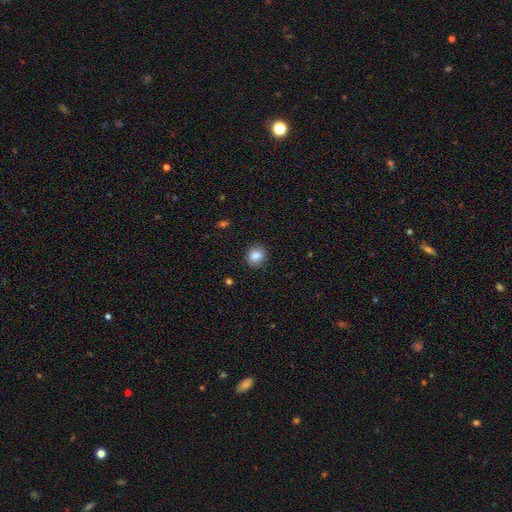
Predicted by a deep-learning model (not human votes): smooth-or-featured: smooth: 85% | star or artifact: 9% | featured or disk: 6%
  how-rounded: round: 72% | in between: 27% | cigar-shaped: 1%
  merging: none: 87% | minor disturbance: 10% | major disturbance: 2% | merger: 1%